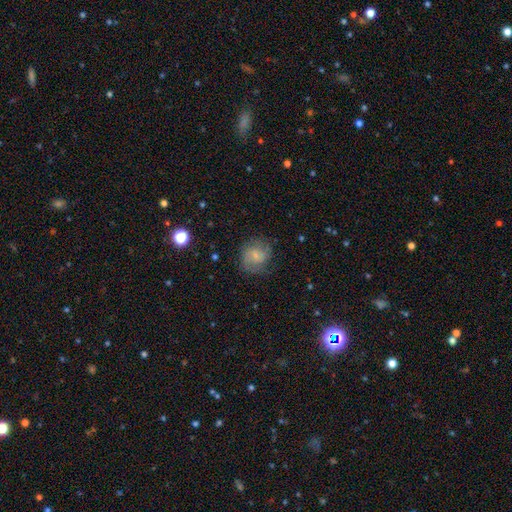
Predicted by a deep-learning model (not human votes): Smooth or featured? smooth (53%)
How rounded? round (78%)
Merging? none (67%)